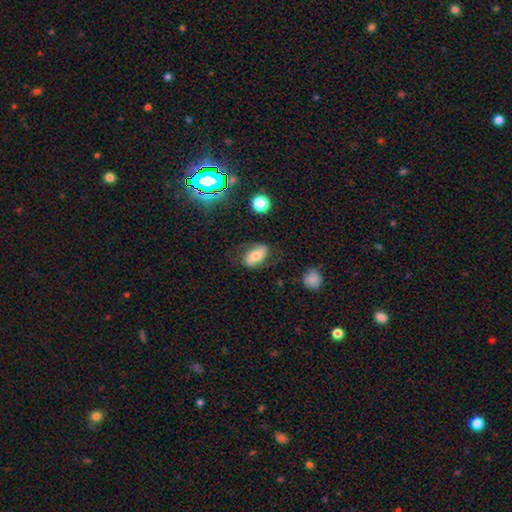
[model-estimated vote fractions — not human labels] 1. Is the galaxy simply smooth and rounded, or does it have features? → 51% smooth, 39% featured or disk, 10% star or artifact.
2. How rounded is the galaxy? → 86% in between, 9% round, 5% cigar-shaped.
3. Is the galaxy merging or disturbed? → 67% none, 21% minor disturbance, 9% major disturbance, 2% merger.